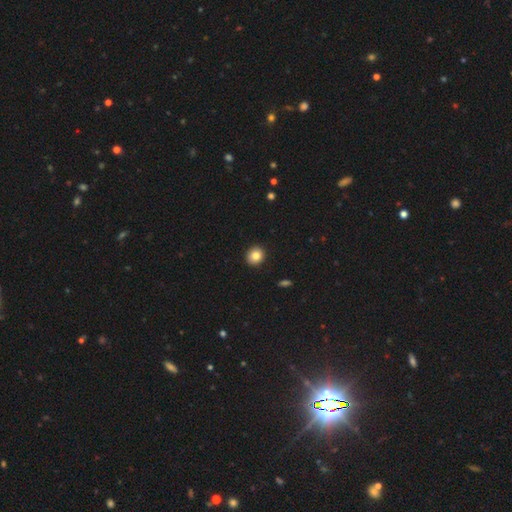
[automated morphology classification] This is clearly a smooth galaxy (83%). How rounded: clearly round (82%). Merging: clearly none (92%).